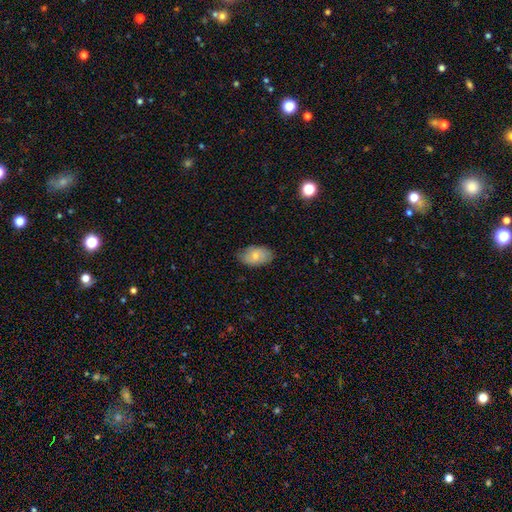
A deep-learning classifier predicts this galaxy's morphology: Smooth or featured? Predicted: smooth (p=0.75). How rounded? Predicted: in between (p=0.92). Merging? Predicted: none (p=0.77).